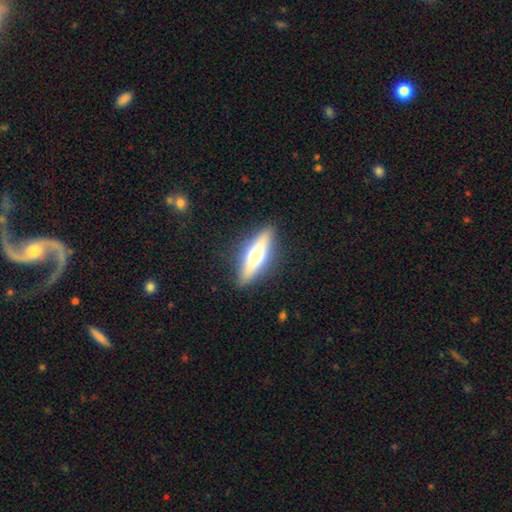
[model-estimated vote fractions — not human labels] Q: Smooth or featured?
A: featured or disk (49%); runner-up: smooth (45%)
Q: Merging?
A: none (88%); runner-up: minor disturbance (8%)